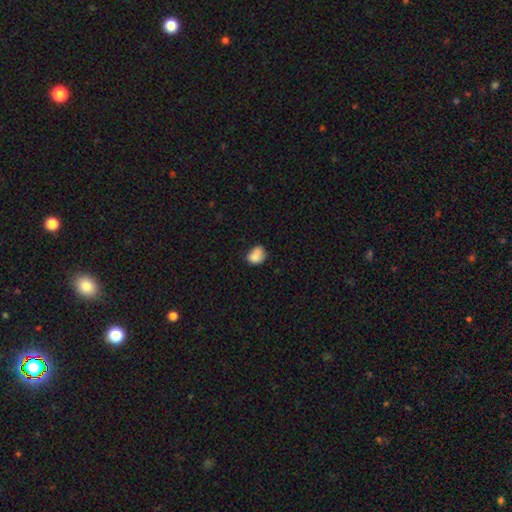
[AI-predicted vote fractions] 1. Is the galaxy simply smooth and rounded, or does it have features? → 83% smooth, 9% star or artifact, 8% featured or disk.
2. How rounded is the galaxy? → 60% in between, 39% round, 1% cigar-shaped.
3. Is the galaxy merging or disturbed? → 52% none, 35% minor disturbance, 9% major disturbance, 5% merger.